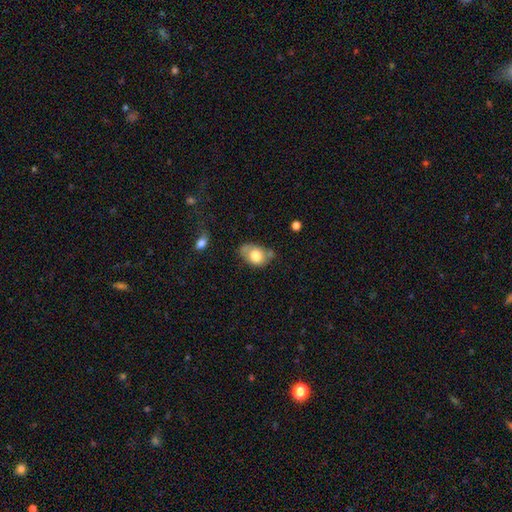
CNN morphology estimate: Smooth or featured? smooth (76%)
How rounded? in between (80%)
Merging? none (49%)